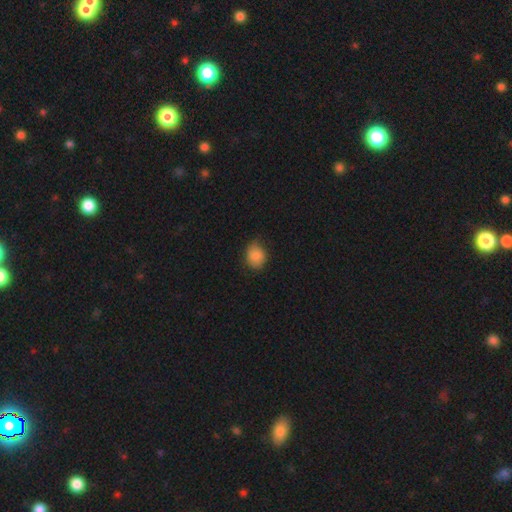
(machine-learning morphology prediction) Overall: smooth (87%). How rounded: round (58%; in between 41%). Merging: none (71%).